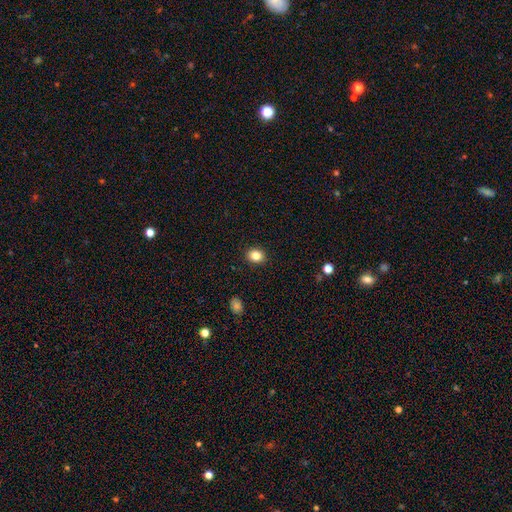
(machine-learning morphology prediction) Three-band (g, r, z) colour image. It shows a smooth galaxy with no disk features (84%) that is round (61%). Merging: none (91%).